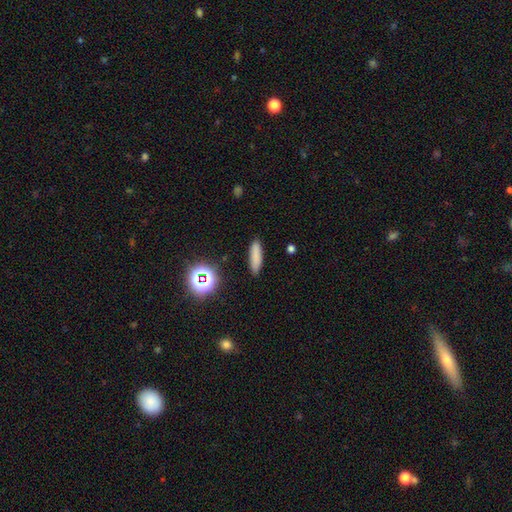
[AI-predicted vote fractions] Q: Smooth or featured?
A: smooth (81%); runner-up: star or artifact (11%)
Q: How rounded?
A: cigar-shaped (70%); runner-up: in between (28%)
Q: Merging?
A: none (88%); runner-up: minor disturbance (8%)